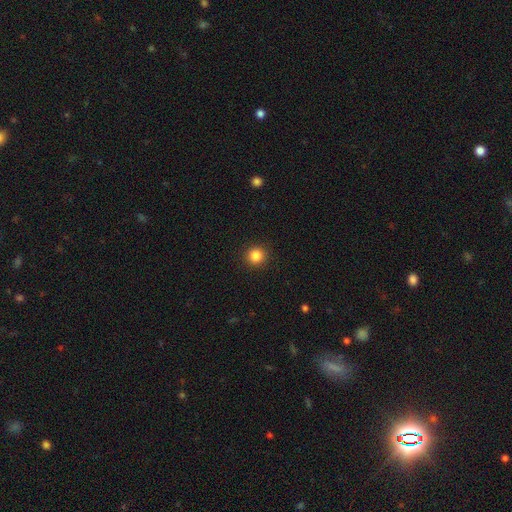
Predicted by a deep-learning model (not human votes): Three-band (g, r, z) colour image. It shows a smooth galaxy with no disk features (85%) that is round (94%). Merging: none (92%).